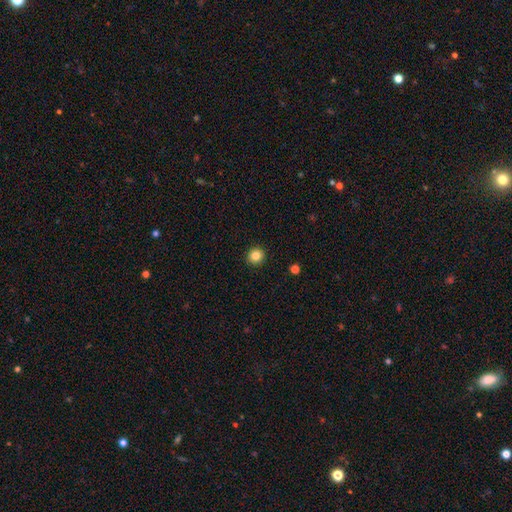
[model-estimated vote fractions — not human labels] Smooth or featured?
  - smooth: 84% *
  - star or artifact: 11%
  - featured or disk: 5%
How rounded?
  - round: 92% *
  - in between: 7%
  - cigar-shaped: 1%
Merging?
  - none: 93% *
  - minor disturbance: 5%
  - major disturbance: 2%
  - merger: 1%